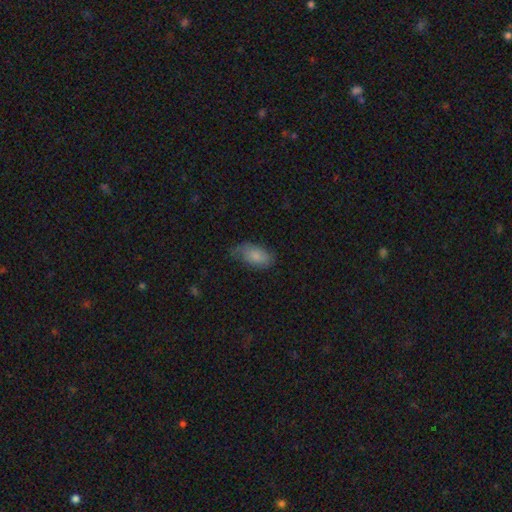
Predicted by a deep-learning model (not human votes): smooth_or_featured: smooth (p=0.78) [alt: featured or disk p=0.15]
how_rounded: in between (p=0.93) [alt: round p=0.04]
merging: none (p=0.53) [alt: minor disturbance p=0.35]